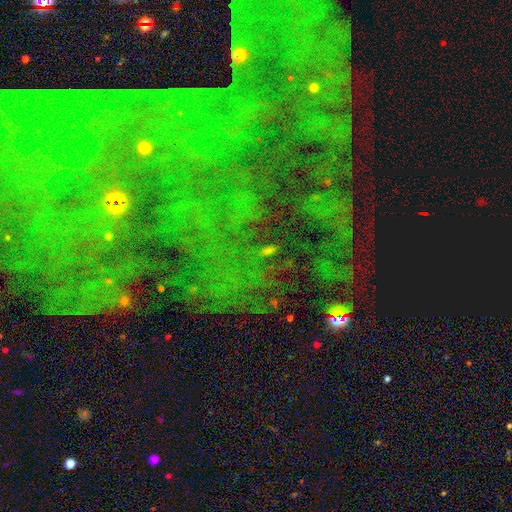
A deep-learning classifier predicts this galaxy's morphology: type=star or artifact (74%).